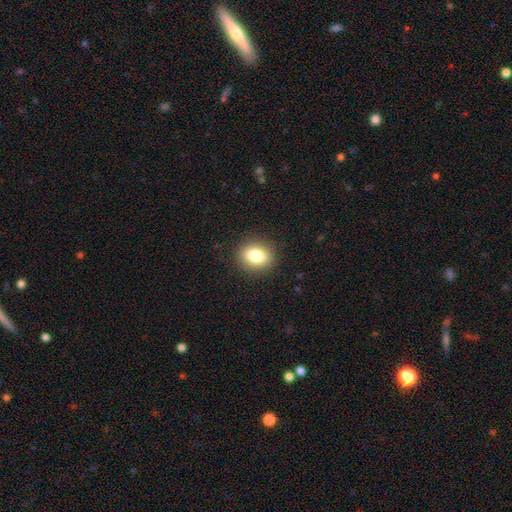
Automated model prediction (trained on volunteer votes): Overall: smooth (81%). How rounded: in between (50%; round 48%). Merging: none (89%).